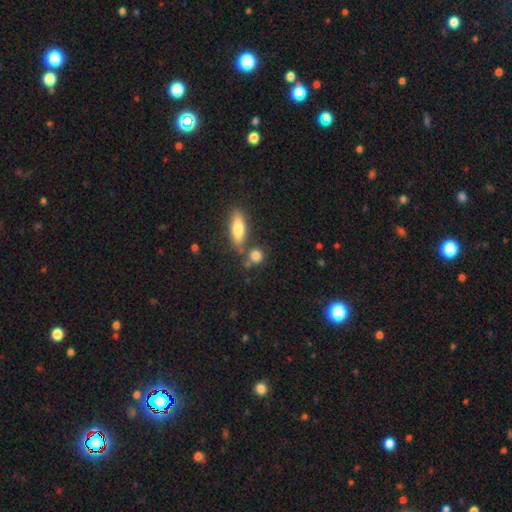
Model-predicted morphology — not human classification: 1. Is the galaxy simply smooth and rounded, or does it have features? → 82% smooth, 10% star or artifact, 8% featured or disk.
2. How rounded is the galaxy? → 68% round, 24% in between, 7% cigar-shaped.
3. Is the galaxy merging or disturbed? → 66% none, 17% merger, 13% minor disturbance, 5% major disturbance.